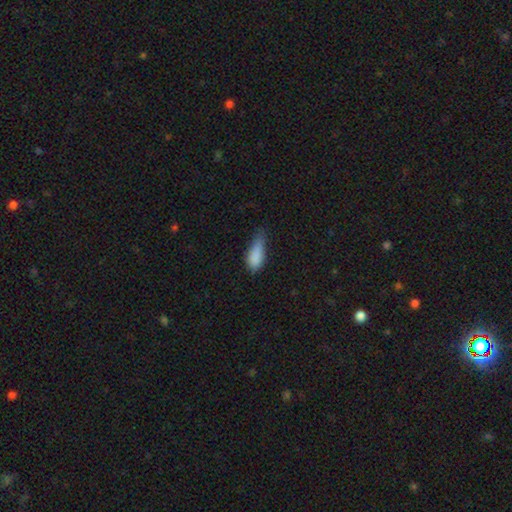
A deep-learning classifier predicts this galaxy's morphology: A smooth galaxy with no disk features (84%) that is in between round and cigar-shaped (79%).

Vote fractions:
- Smooth or featured? smooth: 84% / star or artifact: 9% / featured or disk: 7%
- How rounded? in between: 79% / cigar-shaped: 18% / round: 3%
- Merging? minor disturbance: 48% / none: 33% / major disturbance: 17% / merger: 3%